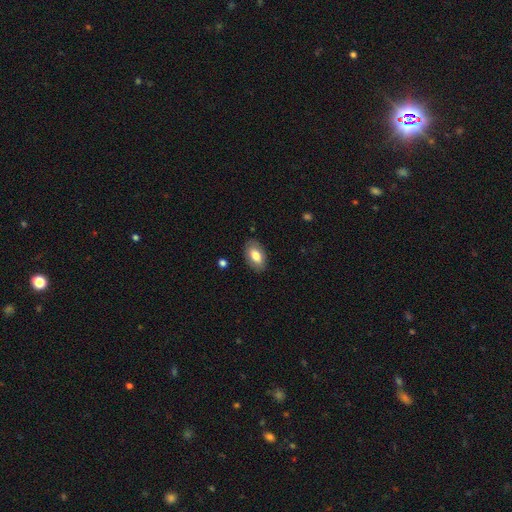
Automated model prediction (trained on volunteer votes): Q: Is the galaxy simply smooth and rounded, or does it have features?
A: smooth — 78%.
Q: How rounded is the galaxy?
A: in between — 93%.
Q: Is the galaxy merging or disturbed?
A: none — 86%.